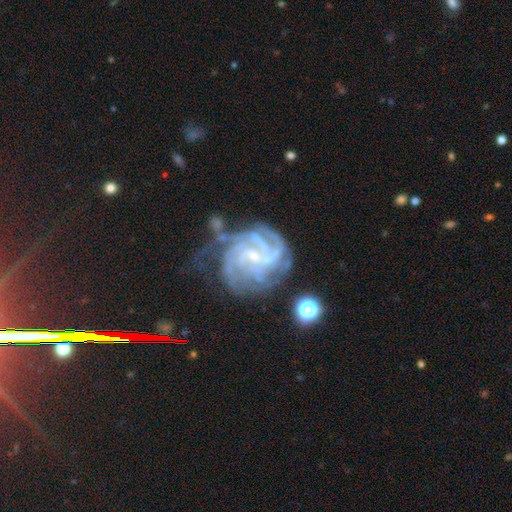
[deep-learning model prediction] smooth_or_featured: featured or disk (p=0.89) [alt: star or artifact p=0.07]
disk_edge_on: no (p=0.98) [alt: yes p=0.02]
bar: weak (p=0.47) [alt: no p=0.36]
has_spiral_arms: yes (p=0.98) [alt: no p=0.02]
spiral_winding: tight (p=0.66) [alt: medium p=0.29]
spiral_arm_count: 4 (p=0.31) [alt: can't tell p=0.20]
bulge_size: small (p=0.70) [alt: moderate p=0.19]
merging: none (p=0.54) [alt: minor disturbance p=0.24]